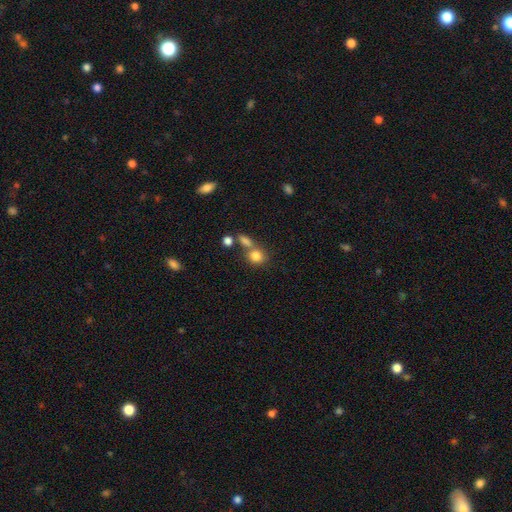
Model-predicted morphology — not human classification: Overall: smooth (81%). How rounded: round (76%). Merging: none (51%; merger 35%).